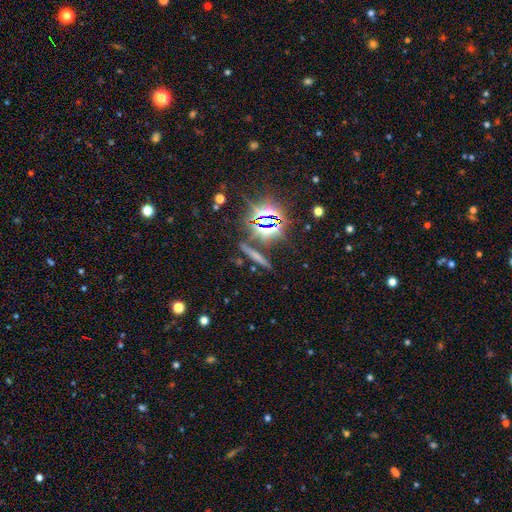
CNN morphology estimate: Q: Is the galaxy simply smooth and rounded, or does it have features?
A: smooth — 47%.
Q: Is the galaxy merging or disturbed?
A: none — 82%.